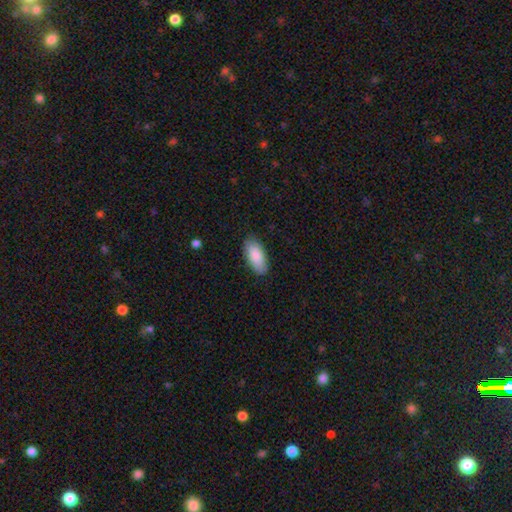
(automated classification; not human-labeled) A smooth galaxy with no disk features (88%) that is in between round and cigar-shaped (91%).

Vote fractions:
- Smooth or featured? smooth: 88% / featured or disk: 7% / star or artifact: 6%
- How rounded? in between: 91% / cigar-shaped: 7% / round: 2%
- Merging? none: 84% / minor disturbance: 12% / major disturbance: 2% / merger: 1%